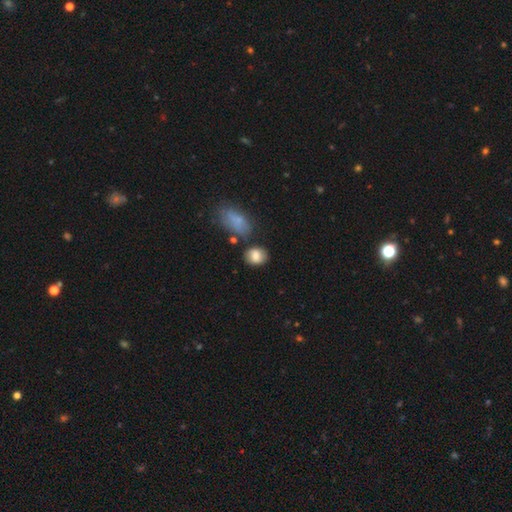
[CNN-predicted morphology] smooth_or_featured: smooth (p=0.81) [alt: featured or disk p=0.11]
how_rounded: in between (p=0.53) [alt: round p=0.45]
merging: none (p=0.70) [alt: minor disturbance p=0.16]